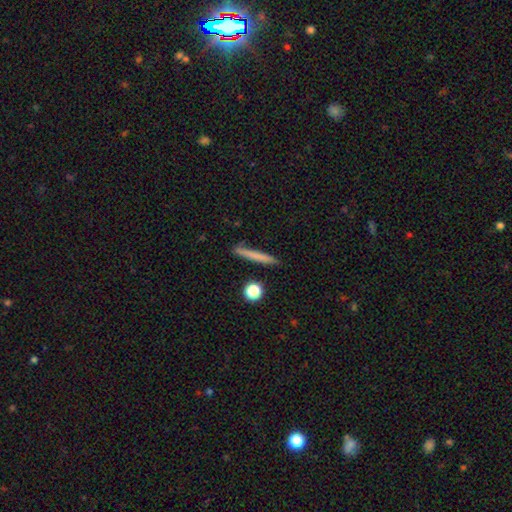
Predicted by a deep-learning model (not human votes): Smooth or featured: smooth — 69% (featured or disk — 24%)
How rounded: cigar-shaped — 94% (in between — 3%)
Merging: none — 86% (minor disturbance — 9%)